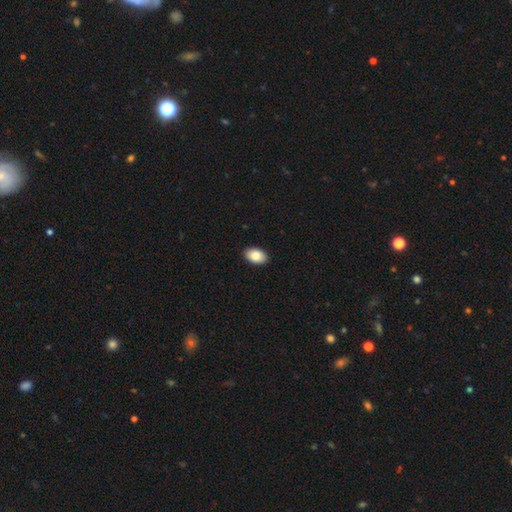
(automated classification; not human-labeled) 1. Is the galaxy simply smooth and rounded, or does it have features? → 85% smooth, 8% featured or disk, 7% star or artifact.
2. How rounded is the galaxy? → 92% in between, 7% round, 1% cigar-shaped.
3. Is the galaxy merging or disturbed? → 91% none, 7% minor disturbance, 2% major disturbance, 1% merger.